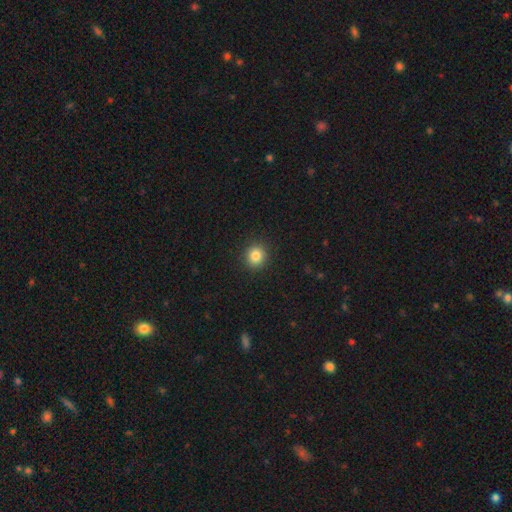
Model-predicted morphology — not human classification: smooth 85%, star or artifact 11%, featured or disk 5%. Down the decision tree: how rounded — round (90%); merging — none (92%).